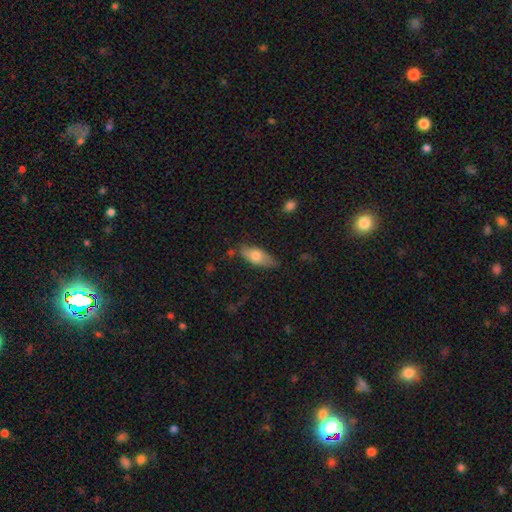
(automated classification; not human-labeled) smooth-or-featured: smooth: 67% | featured or disk: 27% | star or artifact: 6%
  how-rounded: in between: 76% | cigar-shaped: 21% | round: 3%
  merging: none: 74% | minor disturbance: 20% | major disturbance: 4% | merger: 2%